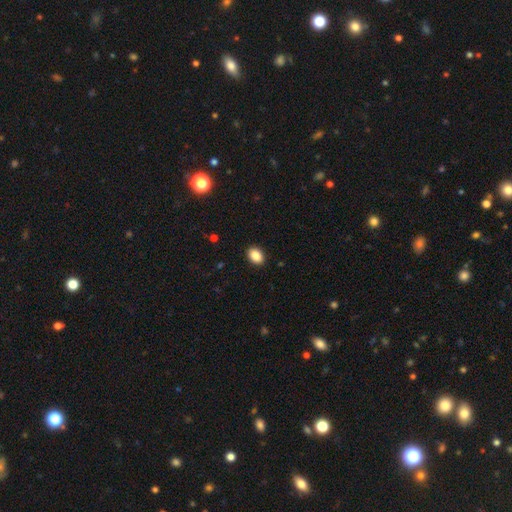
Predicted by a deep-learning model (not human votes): Overall: smooth (87%). How rounded: in between (78%). Merging: none (91%).